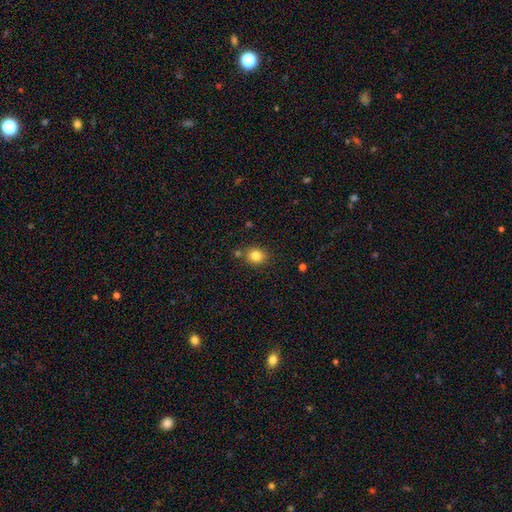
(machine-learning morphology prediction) Smooth or featured? smooth (83%)
How rounded? round (70%)
Merging? none (80%)